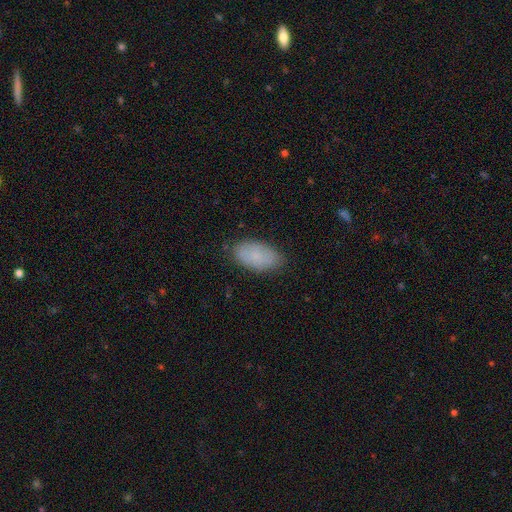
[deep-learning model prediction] This is clearly a smooth galaxy (83%). How rounded: clearly in between (94%). Merging: clearly none (82%).